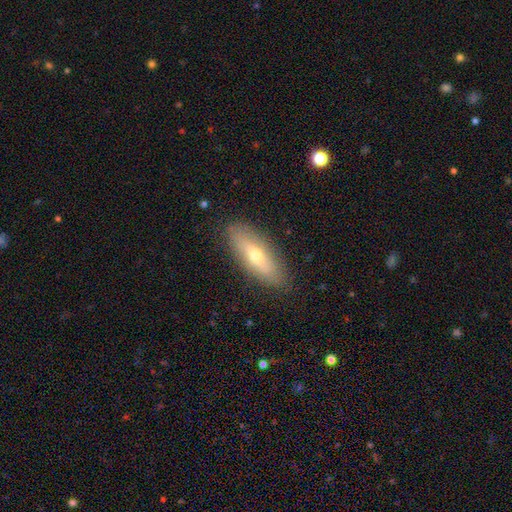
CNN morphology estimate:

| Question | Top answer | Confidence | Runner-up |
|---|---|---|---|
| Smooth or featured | smooth | 56% | featured or disk (37%) |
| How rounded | in between | 63% | cigar-shaped (34%) |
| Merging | none | 86% | minor disturbance (10%) |